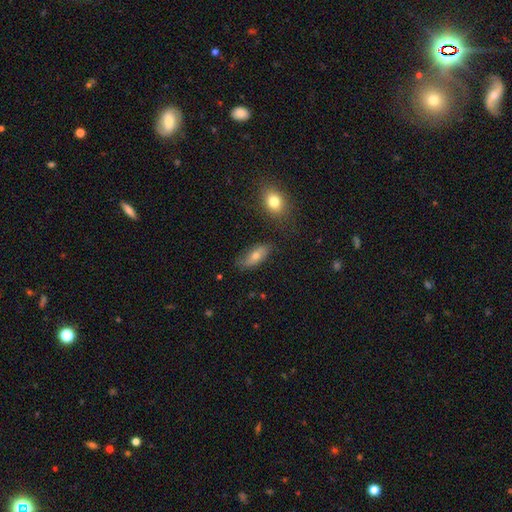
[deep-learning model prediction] Morphology: type=smooth (58%); roundness=in between (79%); merging=none (74%).